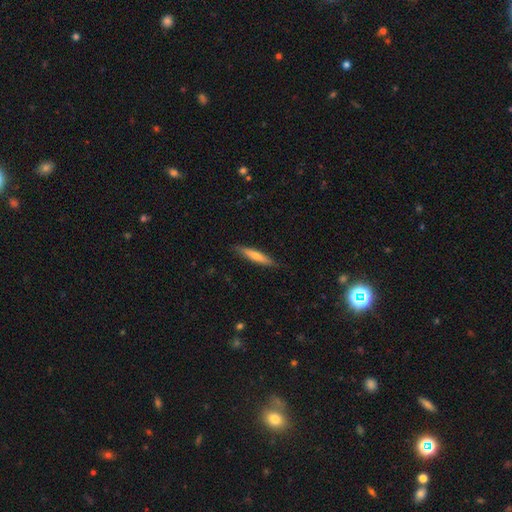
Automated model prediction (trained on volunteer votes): Smooth or featured? Predicted: smooth (p=0.53). How rounded? Predicted: cigar-shaped (p=0.90). Merging? Predicted: none (p=0.88).